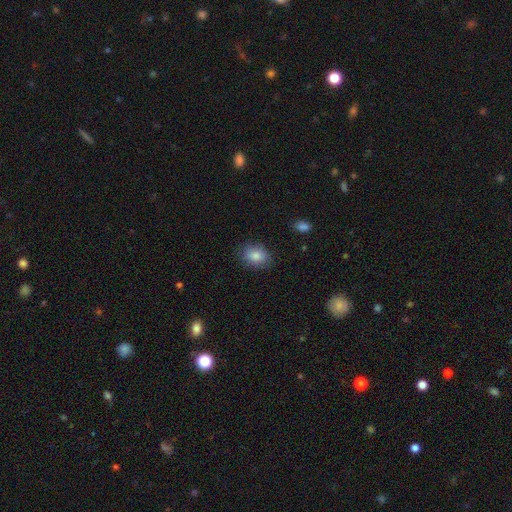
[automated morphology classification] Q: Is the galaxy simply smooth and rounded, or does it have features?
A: smooth — 85%.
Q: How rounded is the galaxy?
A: in between — 66%.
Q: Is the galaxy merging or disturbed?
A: none — 83%.